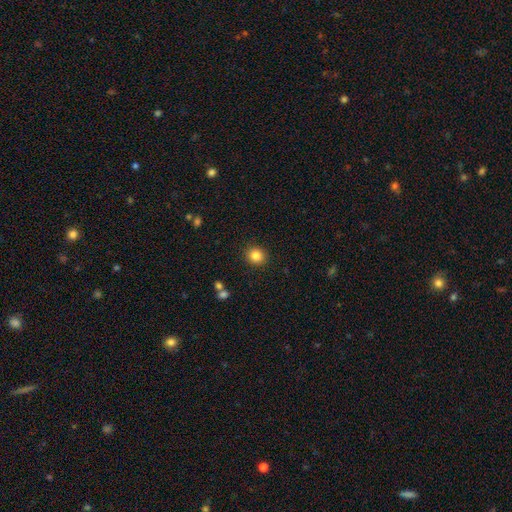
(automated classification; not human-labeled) smooth 84%, star or artifact 11%, featured or disk 6%. Down the decision tree: how rounded — round (82%); merging — none (90%).